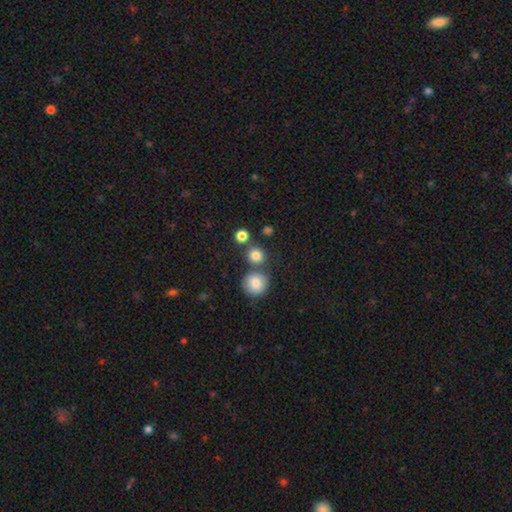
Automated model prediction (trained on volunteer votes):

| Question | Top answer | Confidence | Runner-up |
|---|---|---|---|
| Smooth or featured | smooth | 82% | star or artifact (12%) |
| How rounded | round | 89% | in between (10%) |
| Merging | none | 70% | merger (20%) |